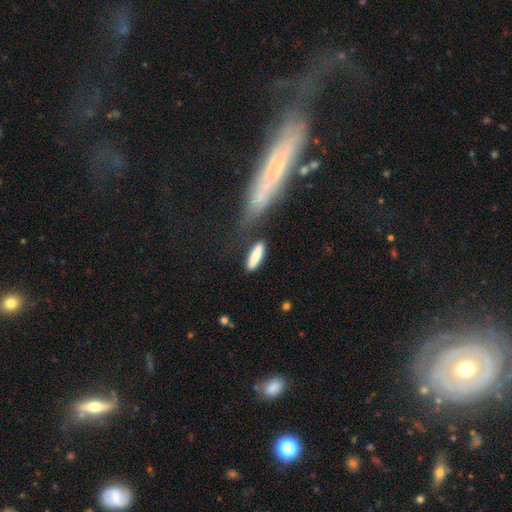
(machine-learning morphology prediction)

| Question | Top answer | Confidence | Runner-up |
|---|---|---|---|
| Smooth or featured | smooth | 83% | featured or disk (11%) |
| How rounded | cigar-shaped | 68% | in between (30%) |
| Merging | none | 72% | minor disturbance (16%) |